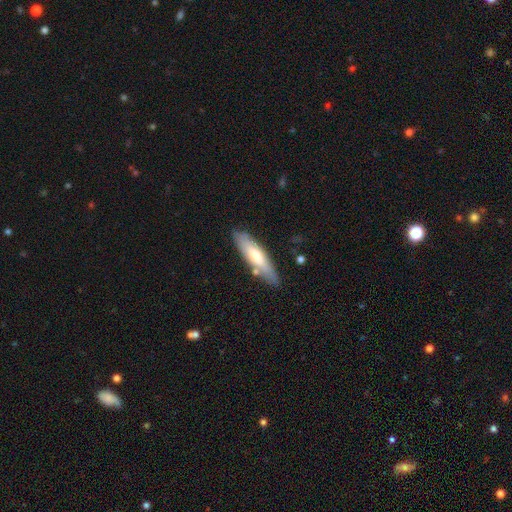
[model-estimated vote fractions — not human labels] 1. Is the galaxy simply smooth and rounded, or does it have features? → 60% smooth, 34% featured or disk, 6% star or artifact.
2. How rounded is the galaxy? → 70% cigar-shaped, 28% in between, 1% round.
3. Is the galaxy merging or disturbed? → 80% none, 14% minor disturbance, 4% merger, 3% major disturbance.